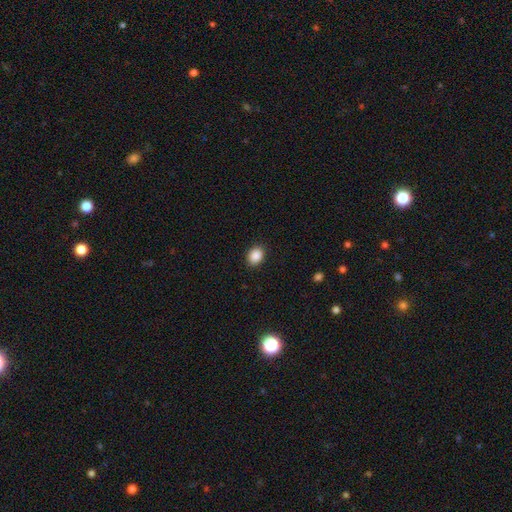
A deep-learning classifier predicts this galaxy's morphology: Smooth or featured: smooth — 89% (star or artifact — 8%)
How rounded: in between — 61% (round — 38%)
Merging: none — 90% (minor disturbance — 7%)